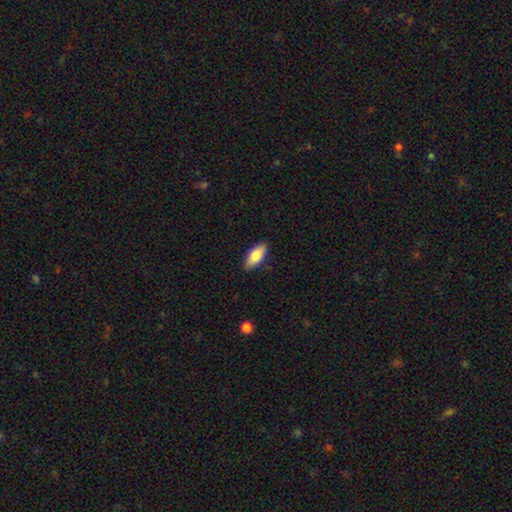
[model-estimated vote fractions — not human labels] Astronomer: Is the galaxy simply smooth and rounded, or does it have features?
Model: smooth — 80%.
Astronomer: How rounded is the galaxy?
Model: in between — 83%.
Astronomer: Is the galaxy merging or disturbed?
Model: none — 87%.